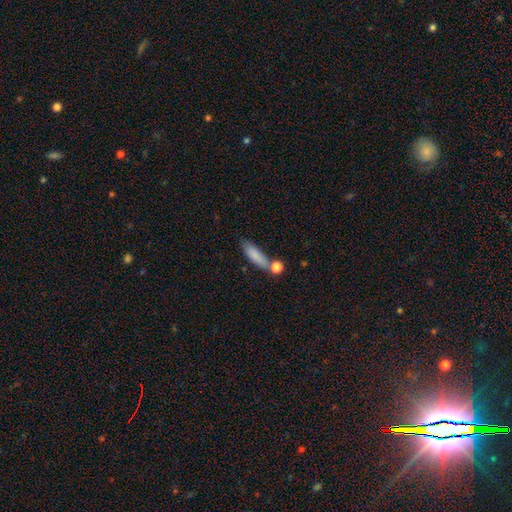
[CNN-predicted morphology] The model was most divided on "how rounded": cigar-shaped: 51%, in between: 46%, round: 3%. More confident: smooth or featured — smooth (82%); merging — none (59%).